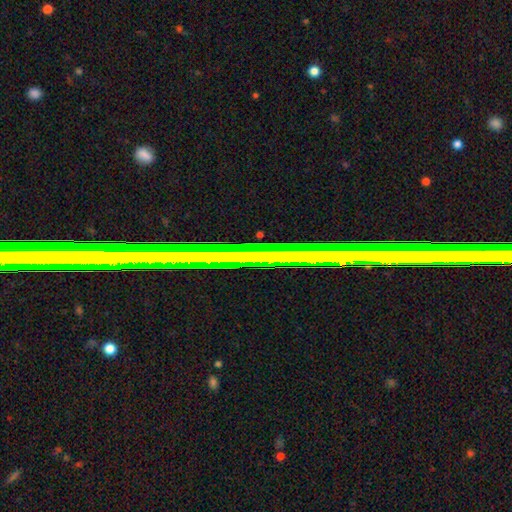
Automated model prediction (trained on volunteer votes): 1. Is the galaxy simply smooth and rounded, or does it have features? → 72% star or artifact, 19% featured or disk, 9% smooth.